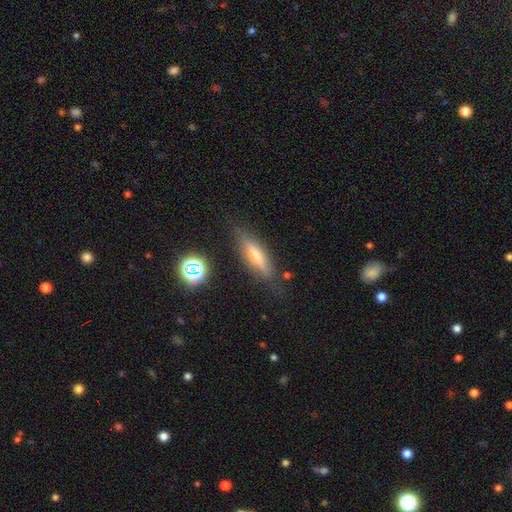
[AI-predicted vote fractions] Smooth or featured: featured or disk — 45% (tied with smooth — 45%)
Merging: none — 77% (minor disturbance — 16%)